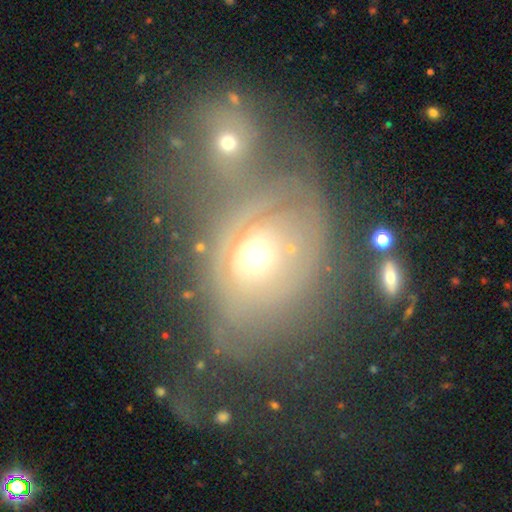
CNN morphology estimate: Smooth or featured? Predicted: featured or disk (p=0.59). Edge-on disk? Predicted: no (p=0.93). Bar? Predicted: no (p=0.85). Spiral arms? Predicted: no (p=0.53). Bulge size? Predicted: moderate (p=0.65). Merging? Predicted: merger (p=0.40).